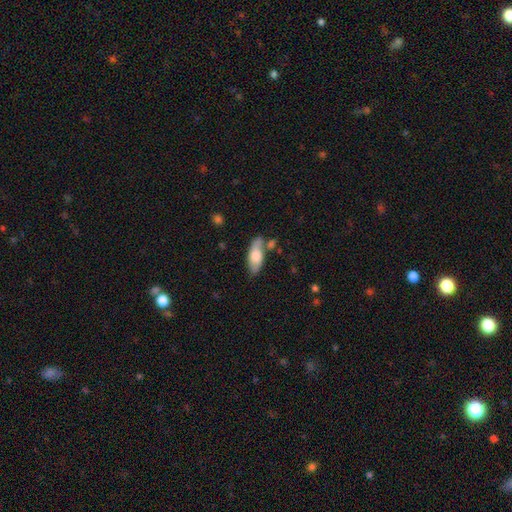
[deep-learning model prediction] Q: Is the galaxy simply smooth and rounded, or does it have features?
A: smooth — 65%.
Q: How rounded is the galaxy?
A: in between — 78%.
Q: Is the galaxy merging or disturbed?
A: none — 65%.